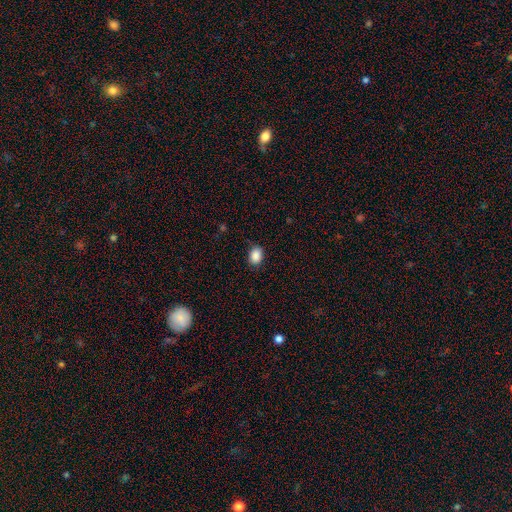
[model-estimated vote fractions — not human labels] smooth_or_featured: smooth (p=0.89) [alt: star or artifact p=0.08]
how_rounded: in between (p=0.72) [alt: round p=0.27]
merging: none (p=0.83) [alt: minor disturbance p=0.13]